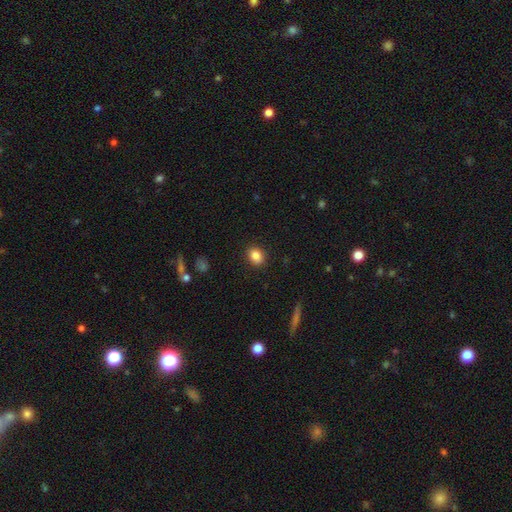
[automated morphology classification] This is clearly a smooth galaxy (85%). How rounded: possibly round (51%). Merging: clearly none (89%).